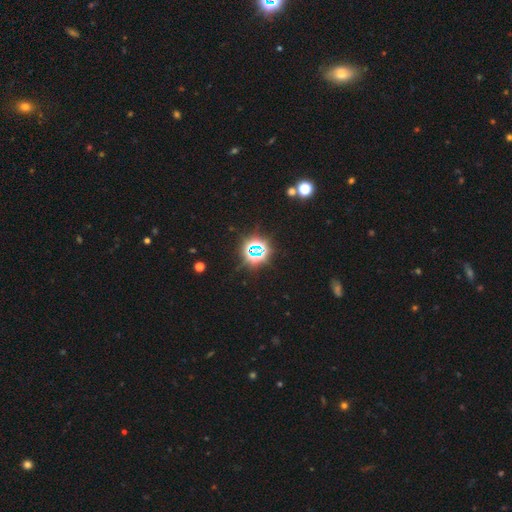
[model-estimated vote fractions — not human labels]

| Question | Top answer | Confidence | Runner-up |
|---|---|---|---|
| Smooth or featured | star or artifact | 75% | smooth (16%) |